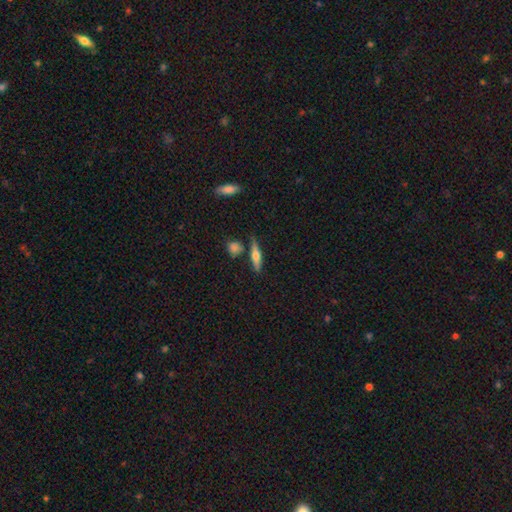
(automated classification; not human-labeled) smooth 48%, featured or disk 45%, star or artifact 7%. Down the decision tree: merging — none (75%).